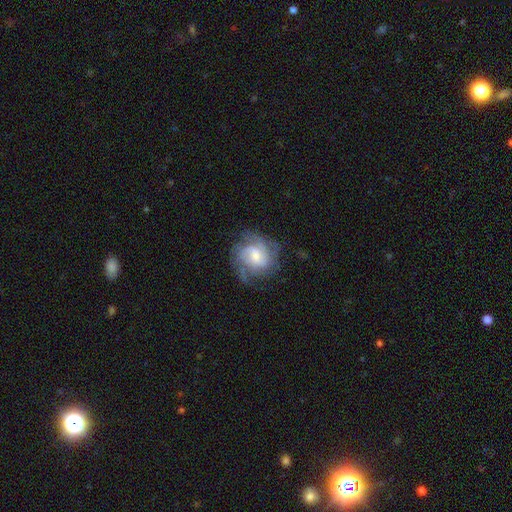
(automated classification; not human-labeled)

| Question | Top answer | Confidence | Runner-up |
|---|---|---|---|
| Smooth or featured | featured or disk | 78% | smooth (15%) |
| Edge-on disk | no | 98% | yes (2%) |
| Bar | no | 50% | weak (42%) |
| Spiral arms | yes | 93% | no (7%) |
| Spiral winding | tight | 43% | tied: medium (43%) |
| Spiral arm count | can't tell | 30% | 2 (26%) |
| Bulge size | moderate | 43% | small (42%) |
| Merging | none | 66% | minor disturbance (20%) |